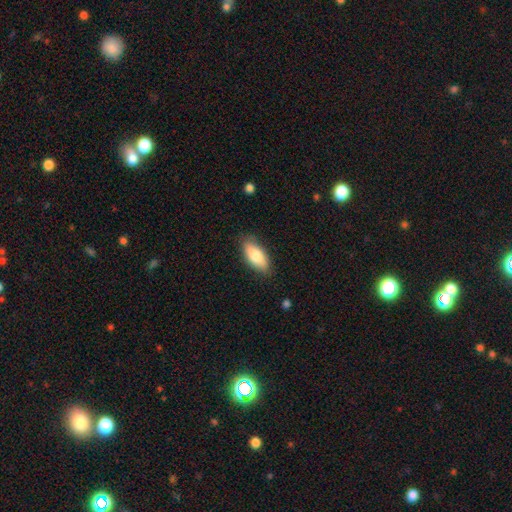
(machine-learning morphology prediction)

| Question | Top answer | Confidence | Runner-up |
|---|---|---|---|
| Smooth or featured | smooth | 81% | featured or disk (13%) |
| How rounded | in between | 87% | cigar-shaped (10%) |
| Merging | none | 83% | minor disturbance (14%) |